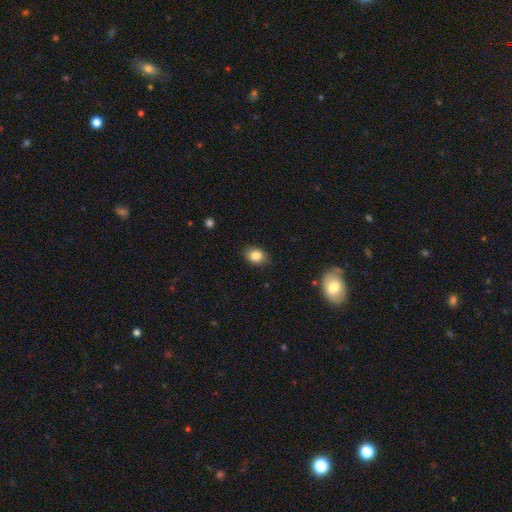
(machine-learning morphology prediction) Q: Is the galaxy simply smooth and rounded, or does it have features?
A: smooth — 84%.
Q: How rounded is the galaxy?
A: in between — 65%.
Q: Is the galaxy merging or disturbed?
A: none — 86%.